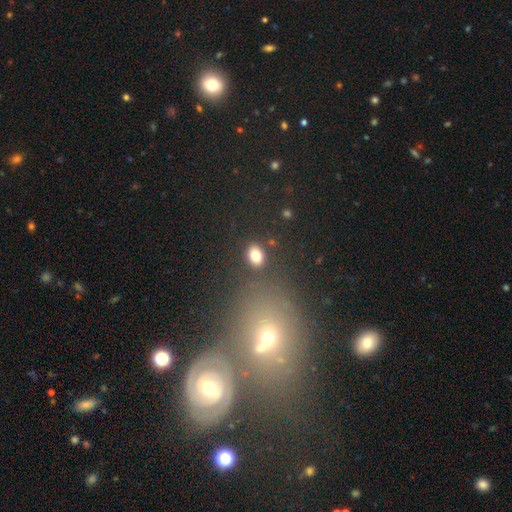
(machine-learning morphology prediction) Smooth or featured?
  - smooth: 81% *
  - star or artifact: 11%
  - featured or disk: 8%
How rounded?
  - in between: 69% *
  - round: 30%
  - cigar-shaped: 1%
Merging?
  - none: 83% *
  - minor disturbance: 10%
  - merger: 4%
  - major disturbance: 3%